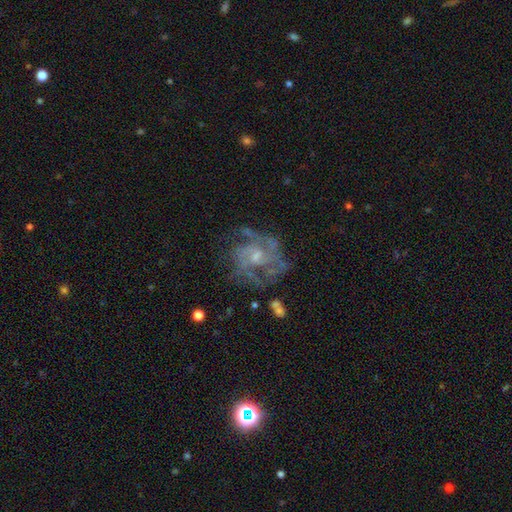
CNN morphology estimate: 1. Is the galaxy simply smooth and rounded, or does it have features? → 82% featured or disk, 9% smooth, 9% star or artifact.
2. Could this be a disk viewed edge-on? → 98% no, 2% yes.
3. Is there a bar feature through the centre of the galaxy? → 61% no, 33% weak, 6% strong.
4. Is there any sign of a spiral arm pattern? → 88% yes, 12% no.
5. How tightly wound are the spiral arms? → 46% medium, 40% tight, 14% loose.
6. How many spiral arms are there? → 30% can't tell, 26% 3, 25% 2, 9% 4, 6% 1, 5% more than 4.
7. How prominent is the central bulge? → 54% small, 35% moderate, 8% none, 2% large, 1% dominant.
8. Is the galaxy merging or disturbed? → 62% none, 19% minor disturbance, 17% major disturbance, 3% merger.